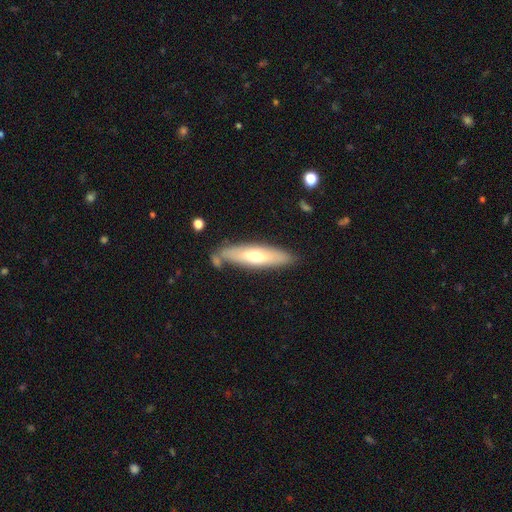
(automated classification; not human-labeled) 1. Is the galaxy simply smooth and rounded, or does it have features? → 52% smooth, 43% featured or disk, 5% star or artifact.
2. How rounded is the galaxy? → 71% cigar-shaped, 28% in between, 2% round.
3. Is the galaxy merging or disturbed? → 78% none, 13% minor disturbance, 6% merger, 3% major disturbance.